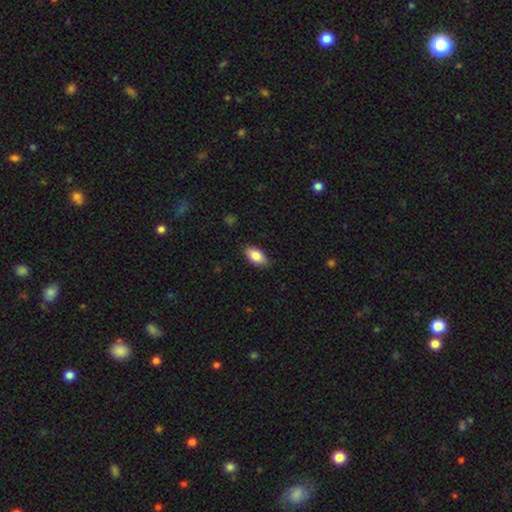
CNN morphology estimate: A smooth galaxy with no disk features (83%) that is in between round and cigar-shaped (91%).

Vote fractions:
- Smooth or featured? smooth: 83% / featured or disk: 10% / star or artifact: 7%
- How rounded? in between: 91% / cigar-shaped: 5% / round: 4%
- Merging? none: 85% / minor disturbance: 12% / major disturbance: 2% / merger: 1%